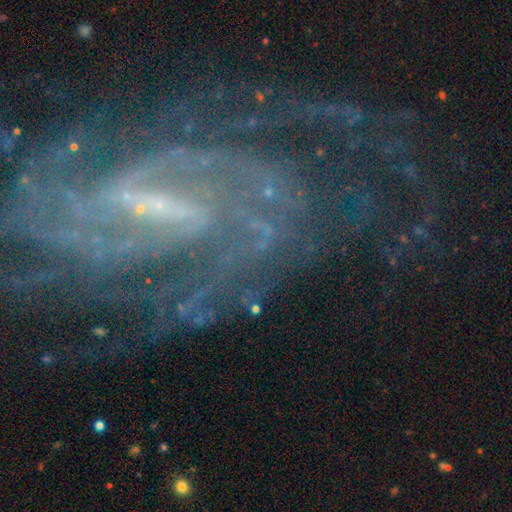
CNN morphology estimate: Smooth or featured? featured or disk (75%)
Edge-on disk? no (95%)
Bar? strong (49%)
Spiral arms? yes (91%)
Spiral winding? tight (48%)
Spiral arm count? 2 (35%)
Bulge size? small (65%)
Merging? none (63%)